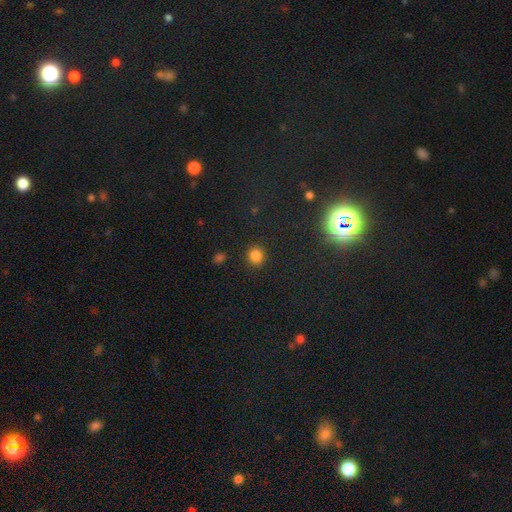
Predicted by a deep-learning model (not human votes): Smooth or featured: smooth — 82% (star or artifact — 14%)
How rounded: round — 87% (in between — 12%)
Merging: none — 89% (minor disturbance — 7%)